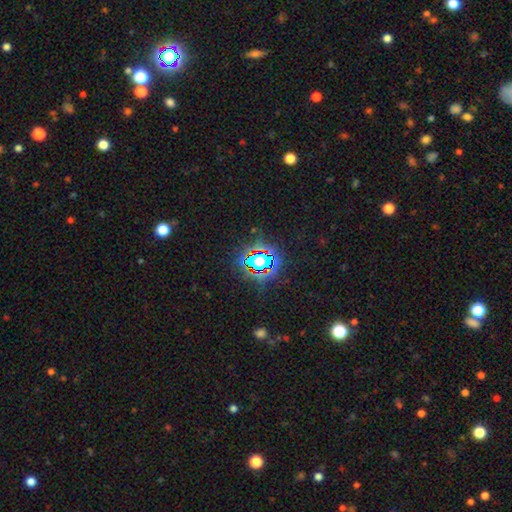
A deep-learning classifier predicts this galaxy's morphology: Smooth or featured: star or artifact — 75% (smooth — 16%)